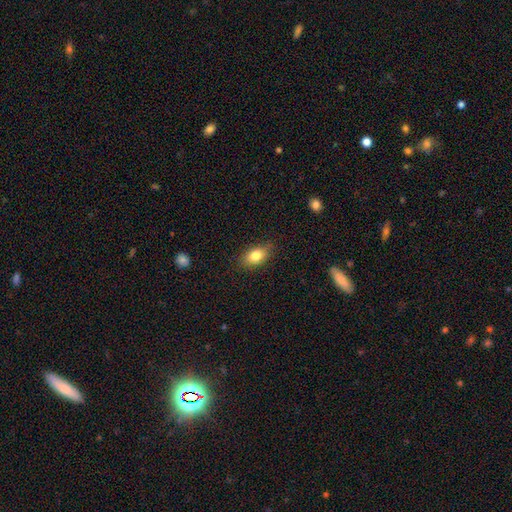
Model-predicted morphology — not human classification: Overall: smooth (82%). How rounded: in between (85%). Merging: none (84%).